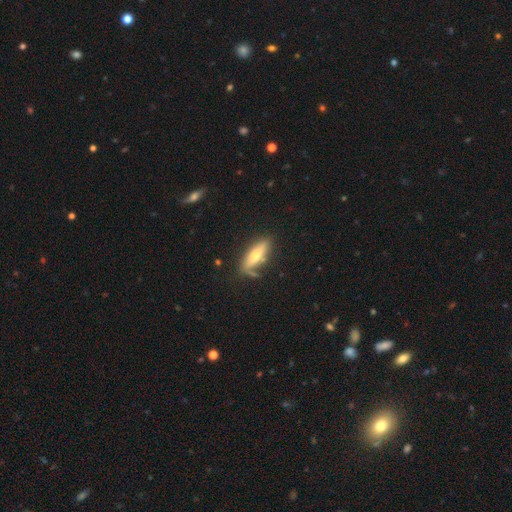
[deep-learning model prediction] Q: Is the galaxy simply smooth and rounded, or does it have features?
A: smooth — 53%.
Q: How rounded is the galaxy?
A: cigar-shaped — 52%.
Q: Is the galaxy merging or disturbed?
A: none — 70%.